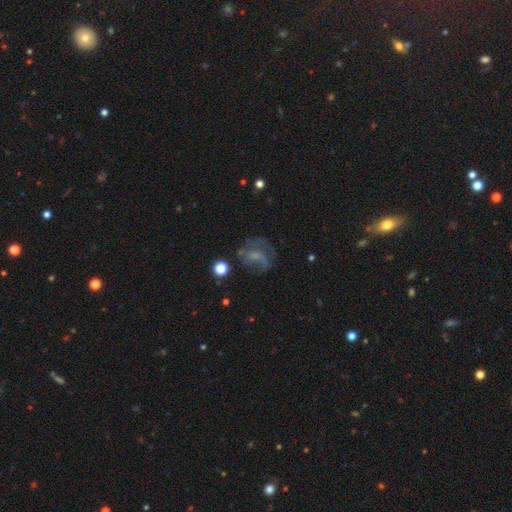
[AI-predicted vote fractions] Smooth or featured? featured or disk (58%)
Edge-on disk? no (97%)
Bar? no (58%)
Spiral arms? yes (64%)
Bulge size? small (38%)
Merging? none (45%)